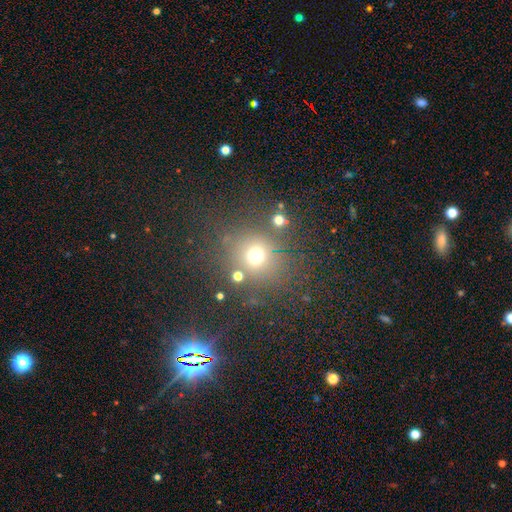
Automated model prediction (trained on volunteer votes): The model was most divided on "smooth or featured": smooth: 65%, star or artifact: 25%, featured or disk: 10%. More confident: how rounded — round (84%); merging — none (73%).